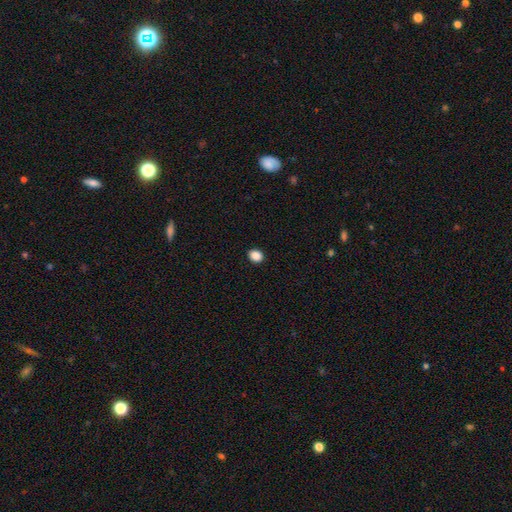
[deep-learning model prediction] smooth-or-featured: smooth: 88% | star or artifact: 9% | featured or disk: 3%
  how-rounded: round: 60% | in between: 39% | cigar-shaped: 1%
  merging: none: 92% | minor disturbance: 6% | major disturbance: 2% | merger: 1%